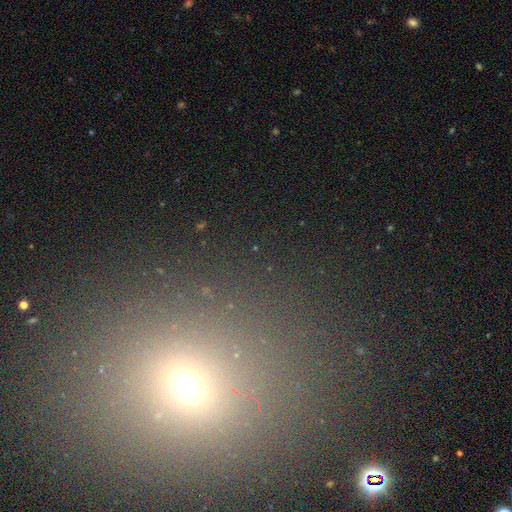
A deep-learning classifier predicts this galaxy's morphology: This is possibly a smooth galaxy (47%). Merging: clearly none (85%).